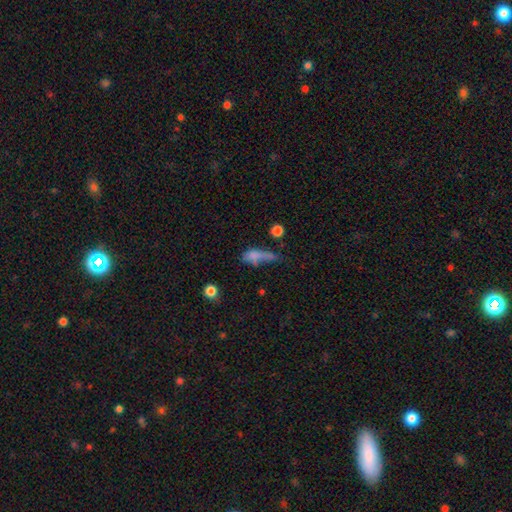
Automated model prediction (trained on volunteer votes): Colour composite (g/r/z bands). It shows a smooth galaxy with no disk features (66%) that is in between round and cigar-shaped (54%). Merging: major disturbance (31%).